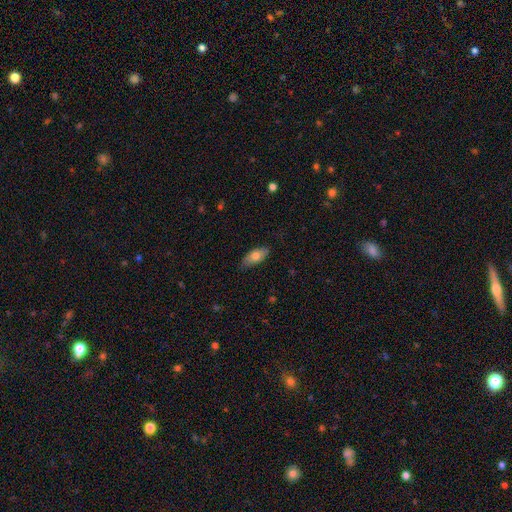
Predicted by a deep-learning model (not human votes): The model was most divided on "smooth or featured": smooth: 72%, featured or disk: 21%, star or artifact: 7%. More confident: how rounded — in between (86%); merging — none (81%).